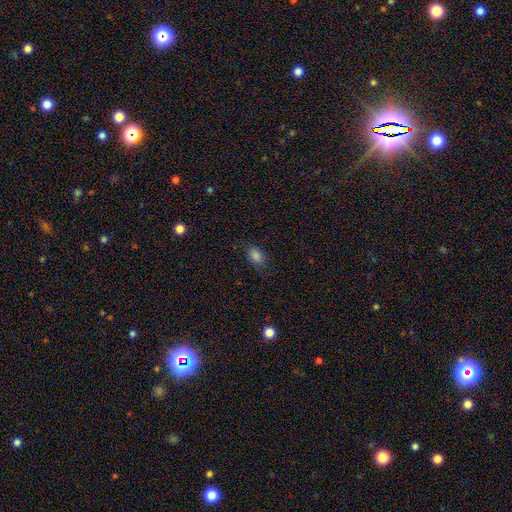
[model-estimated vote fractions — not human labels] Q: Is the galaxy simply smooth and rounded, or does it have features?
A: smooth — 82%.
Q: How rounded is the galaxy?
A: in between — 80%.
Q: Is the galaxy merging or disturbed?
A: none — 76%.